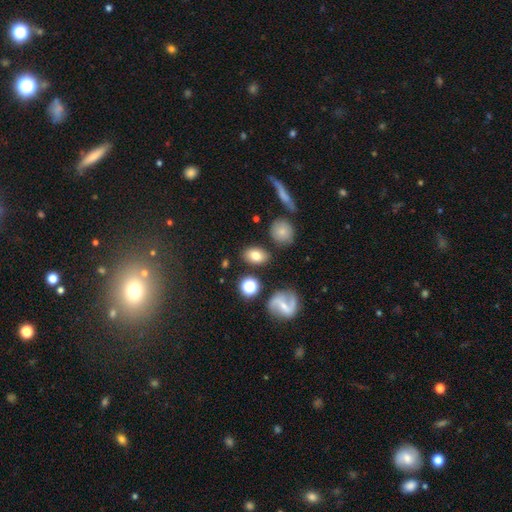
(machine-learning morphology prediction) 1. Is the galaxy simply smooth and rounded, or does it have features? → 73% smooth, 17% featured or disk, 10% star or artifact.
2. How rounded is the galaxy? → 82% in between, 16% round, 2% cigar-shaped.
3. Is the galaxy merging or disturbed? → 82% none, 11% minor disturbance, 4% merger, 3% major disturbance.